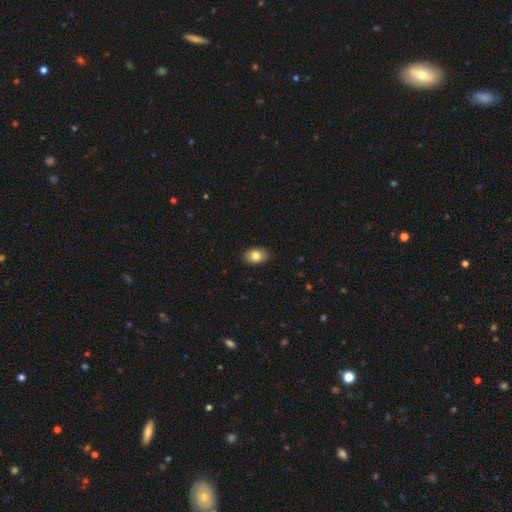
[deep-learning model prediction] smooth_or_featured: smooth (p=0.82) [alt: featured or disk p=0.10]
how_rounded: in between (p=0.84) [alt: round p=0.15]
merging: none (p=0.89) [alt: minor disturbance p=0.08]